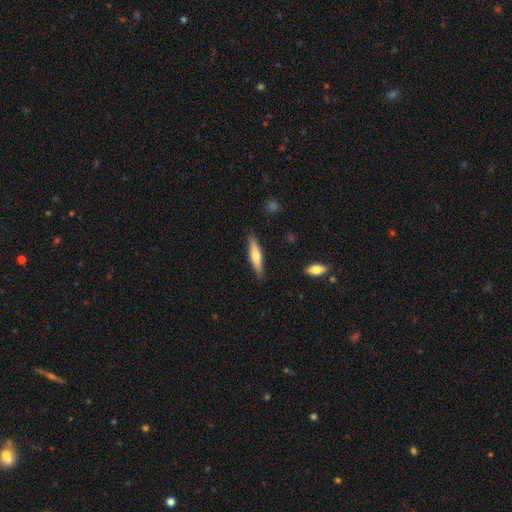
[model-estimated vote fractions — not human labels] The model was most divided on "smooth or featured": smooth: 58%, featured or disk: 36%, star or artifact: 6%. More confident: merging — none (86%); how rounded — cigar-shaped (78%).